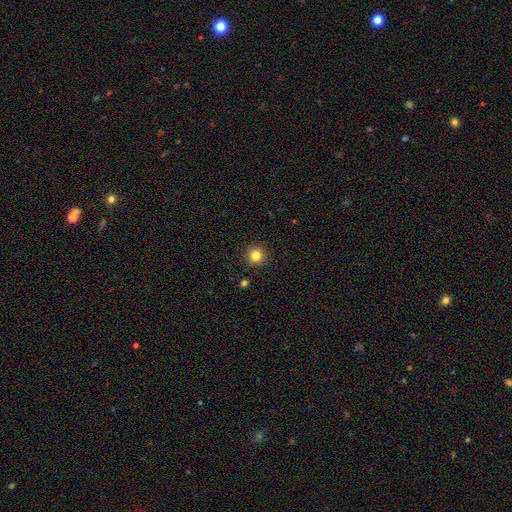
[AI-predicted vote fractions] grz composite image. It shows a smooth galaxy with no disk features (83%) that is round (95%). Merging: none (92%).